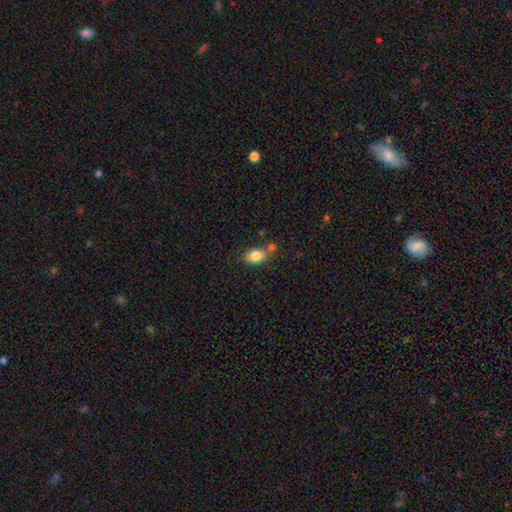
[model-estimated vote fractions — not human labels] A smooth galaxy with no disk features (83%) that is in between round and cigar-shaped (82%). Merging: none (60%).